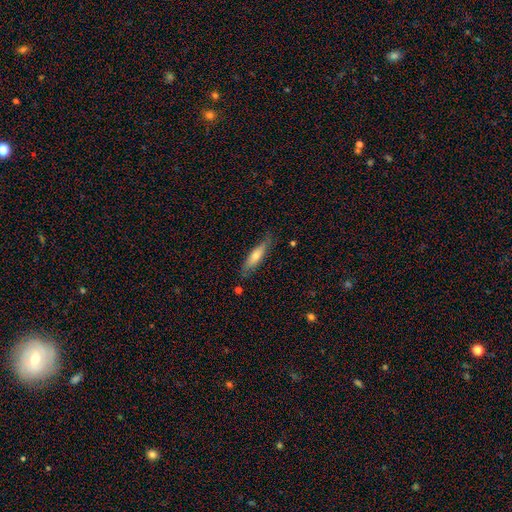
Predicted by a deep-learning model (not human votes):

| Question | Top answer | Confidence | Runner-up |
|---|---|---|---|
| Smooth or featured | smooth | 60% | featured or disk (33%) |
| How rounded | cigar-shaped | 73% | in between (26%) |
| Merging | none | 77% | minor disturbance (17%) |